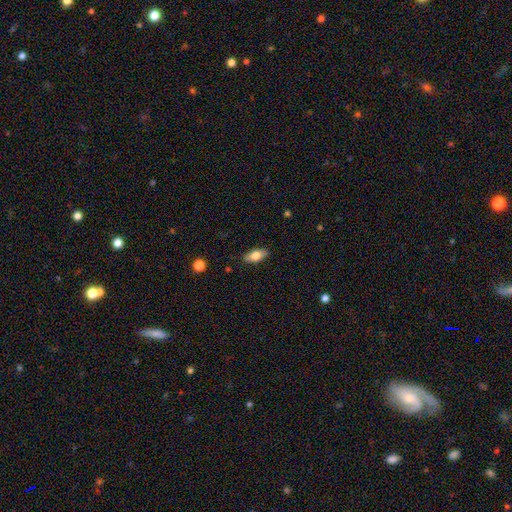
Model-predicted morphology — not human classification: Q: Smooth or featured?
A: smooth (73%); runner-up: featured or disk (20%)
Q: How rounded?
A: in between (85%); runner-up: cigar-shaped (12%)
Q: Merging?
A: none (87%); runner-up: minor disturbance (10%)